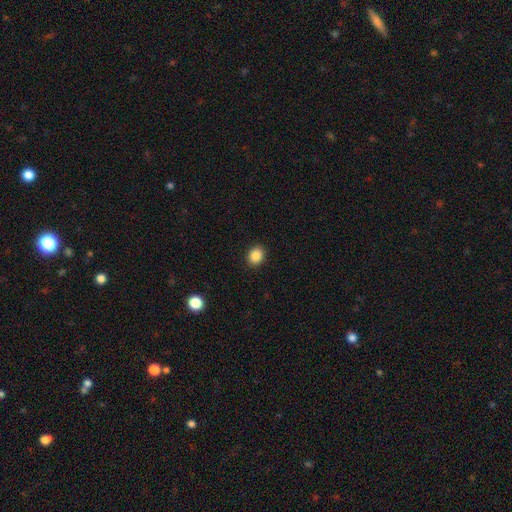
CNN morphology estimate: Q: Smooth or featured?
A: smooth (87%); runner-up: star or artifact (9%)
Q: How rounded?
A: round (55%); runner-up: in between (44%)
Q: Merging?
A: none (91%); runner-up: minor disturbance (6%)